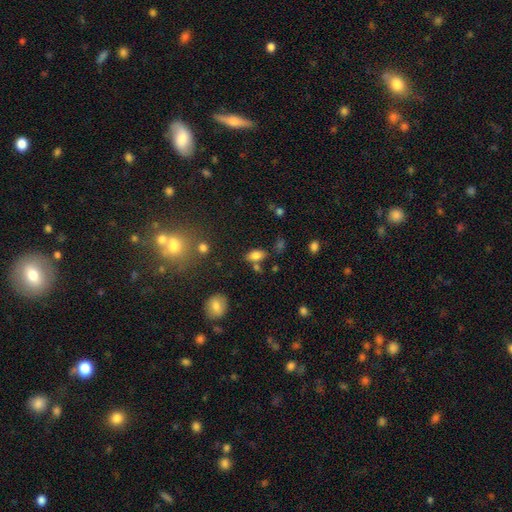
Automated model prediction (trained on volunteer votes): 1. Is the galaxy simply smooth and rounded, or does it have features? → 81% smooth, 10% star or artifact, 9% featured or disk.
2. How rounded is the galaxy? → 88% in between, 6% round, 6% cigar-shaped.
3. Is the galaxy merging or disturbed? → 65% none, 16% merger, 14% minor disturbance, 5% major disturbance.